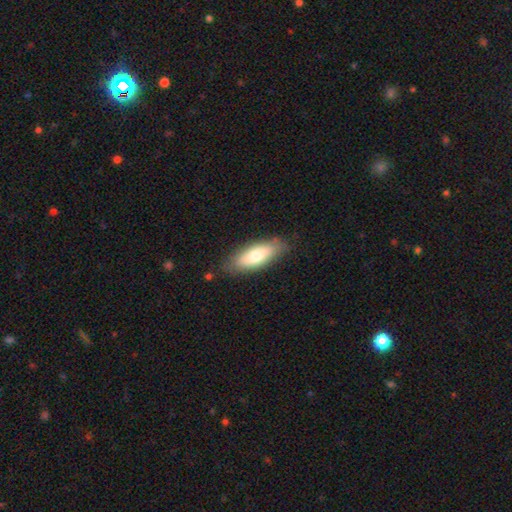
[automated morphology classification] smooth_or_featured: smooth (p=0.75) [alt: featured or disk p=0.19]
how_rounded: in between (p=0.72) [alt: cigar-shaped p=0.26]
merging: none (p=0.81) [alt: minor disturbance p=0.14]